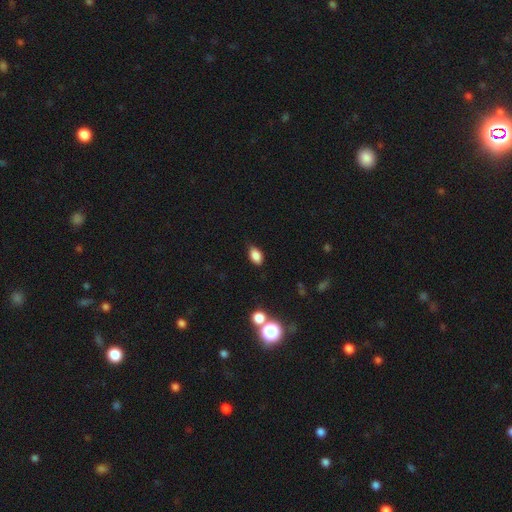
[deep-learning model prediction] Q: Smooth or featured?
A: smooth (85%); runner-up: star or artifact (10%)
Q: How rounded?
A: in between (89%); runner-up: round (9%)
Q: Merging?
A: none (81%); runner-up: minor disturbance (15%)